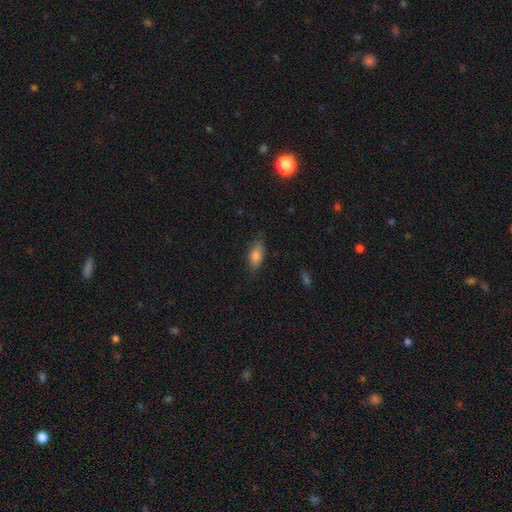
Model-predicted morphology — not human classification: Smooth or featured? smooth (78%)
How rounded? in between (85%)
Merging? none (77%)